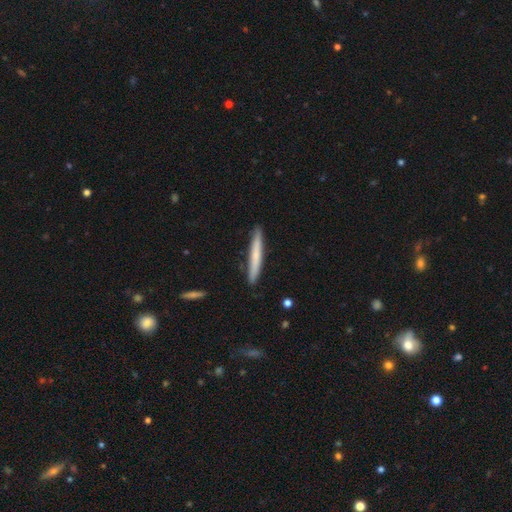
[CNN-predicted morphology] Smooth or featured: smooth — 61% (featured or disk — 34%)
How rounded: cigar-shaped — 96% (in between — 3%)
Merging: none — 89% (minor disturbance — 9%)